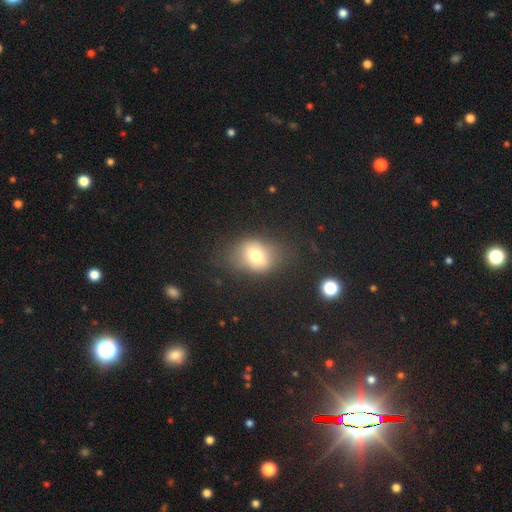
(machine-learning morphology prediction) Overall: smooth (65%). How rounded: in between (60%; round 38%). Merging: none (66%).